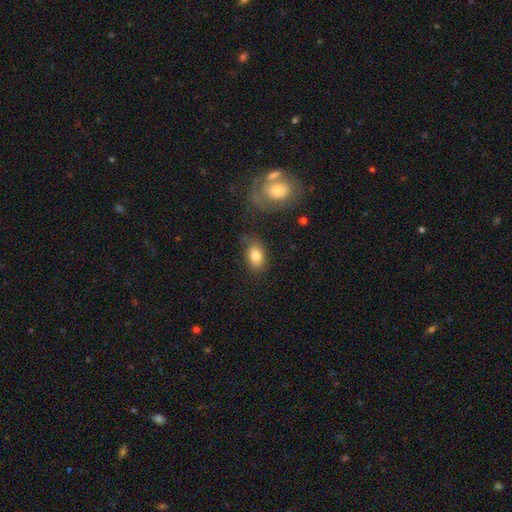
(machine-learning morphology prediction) A smooth galaxy with no disk features (81%) that is in between round and cigar-shaped (86%).

Vote fractions:
- Smooth or featured? smooth: 81% / featured or disk: 10% / star or artifact: 8%
- How rounded? in between: 86% / round: 13% / cigar-shaped: 2%
- Merging? none: 77% / minor disturbance: 15% / major disturbance: 4% / merger: 4%